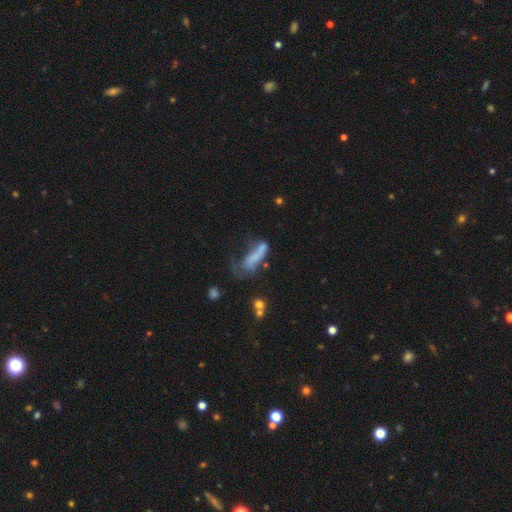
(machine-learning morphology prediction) A smooth galaxy with no disk features (53%) that is cigar-shaped (49%). Merging: major disturbance (45%).